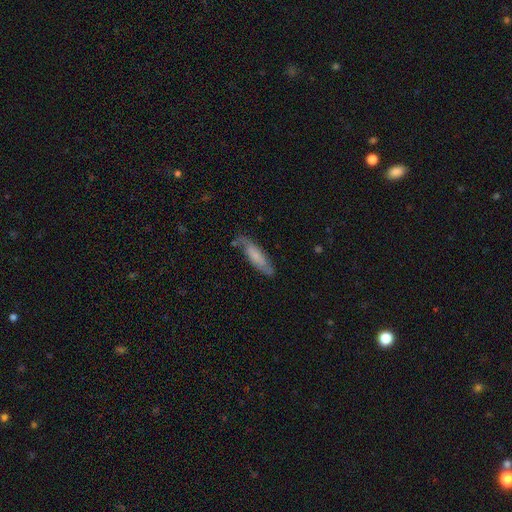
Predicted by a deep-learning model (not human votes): Smooth or featured?
  - smooth: 50% *
  - featured or disk: 43%
  - star or artifact: 7%
Merging?
  - none: 69% *
  - minor disturbance: 22%
  - major disturbance: 6%
  - merger: 3%